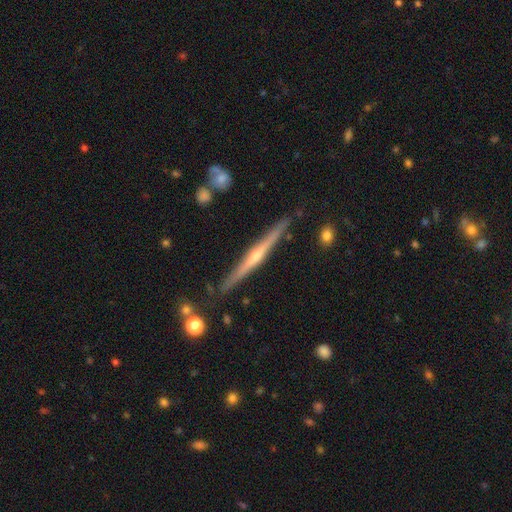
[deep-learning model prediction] This appears to be a featured or disk galaxy (77%) viewed edge-on (98%) with a rounded central bulge (69%). Merging: none (88%).